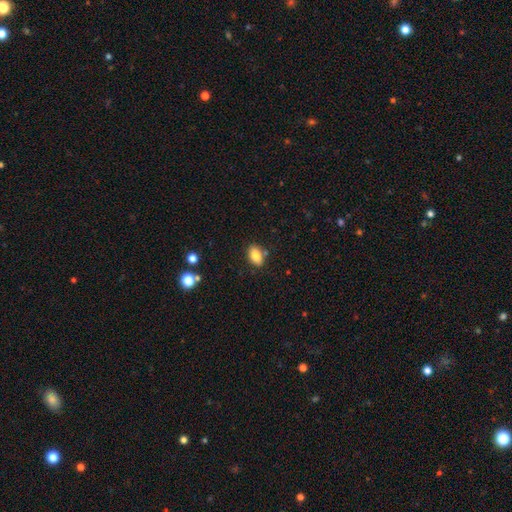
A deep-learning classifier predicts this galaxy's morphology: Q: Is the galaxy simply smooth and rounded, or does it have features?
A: smooth — 82%.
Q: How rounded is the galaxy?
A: in between — 89%.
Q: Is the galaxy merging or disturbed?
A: none — 81%.